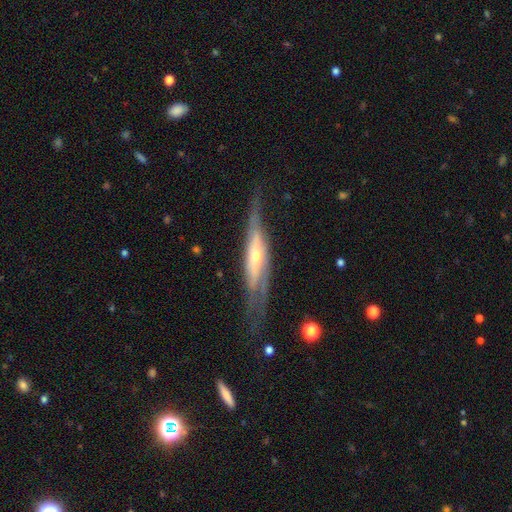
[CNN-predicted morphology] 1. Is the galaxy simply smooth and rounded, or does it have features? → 79% featured or disk, 16% smooth, 6% star or artifact.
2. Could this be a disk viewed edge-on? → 60% yes, 40% no.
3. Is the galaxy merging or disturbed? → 64% none, 21% minor disturbance, 12% major disturbance, 2% merger.